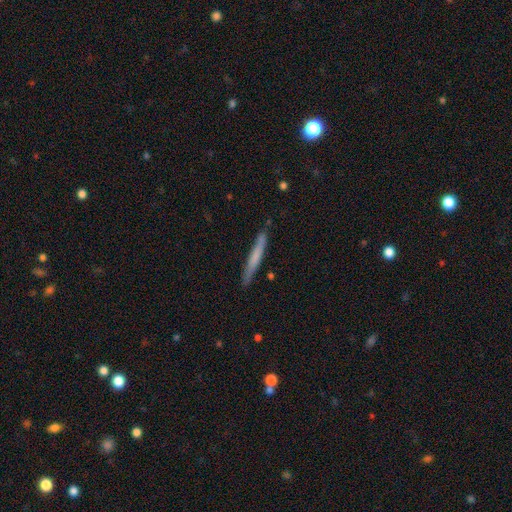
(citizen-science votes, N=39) Smooth or featured?
  - smooth: 54% *
  - featured or disk: 46%
  - star or artifact: 0%
How rounded?
  - cigar-shaped: 100% *
  - round: 0%
  - in between: 0%
Merging?
  - none: 92% *
  - minor disturbance: 3%
  - major disturbance: 3%
  - merger: 3%